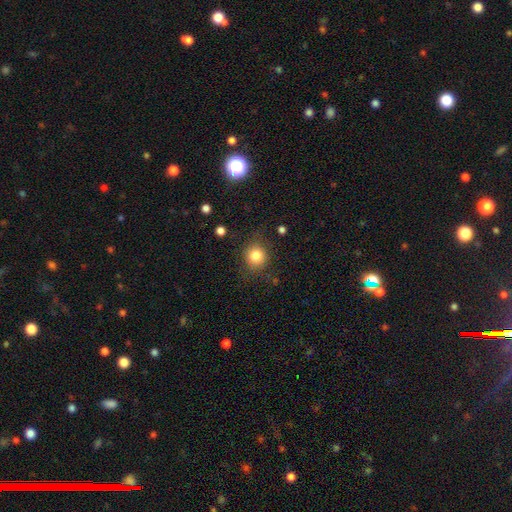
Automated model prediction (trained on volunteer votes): smooth_or_featured: smooth (p=0.82) [alt: star or artifact p=0.11]
how_rounded: round (p=0.84) [alt: in between p=0.15]
merging: none (p=0.82) [alt: minor disturbance p=0.12]